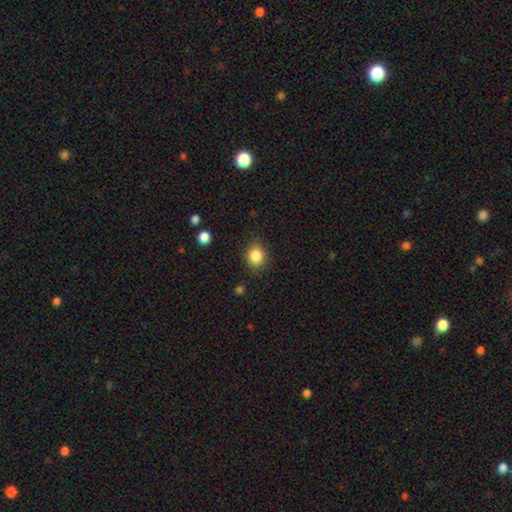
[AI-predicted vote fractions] A smooth galaxy with no disk features (85%) that is round (66%). Merging: none (84%).